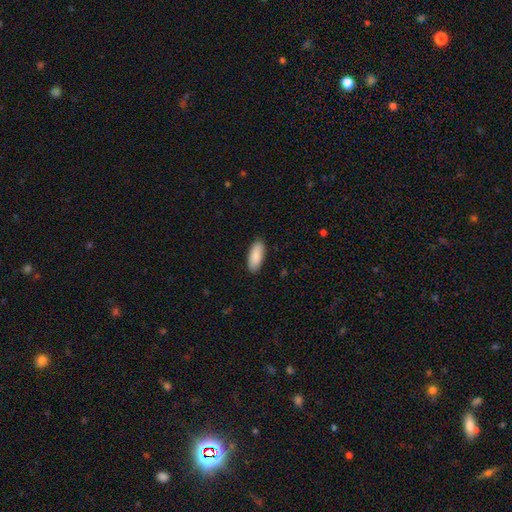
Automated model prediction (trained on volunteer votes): This appears to be a smooth galaxy with no disk features (90%) that is in between round and cigar-shaped (80%). Merging: none (89%).